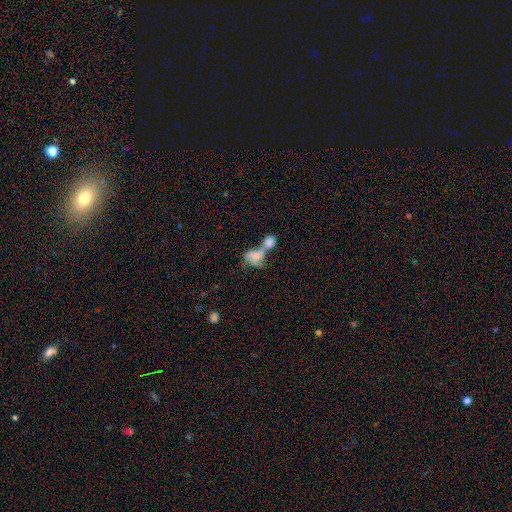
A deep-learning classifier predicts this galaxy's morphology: Smooth or featured?
  - smooth: 53% *
  - featured or disk: 37%
  - star or artifact: 10%
How rounded?
  - in between: 69% *
  - round: 27%
  - cigar-shaped: 4%
Merging?
  - merger: 74% *
  - none: 11%
  - major disturbance: 10%
  - minor disturbance: 6%